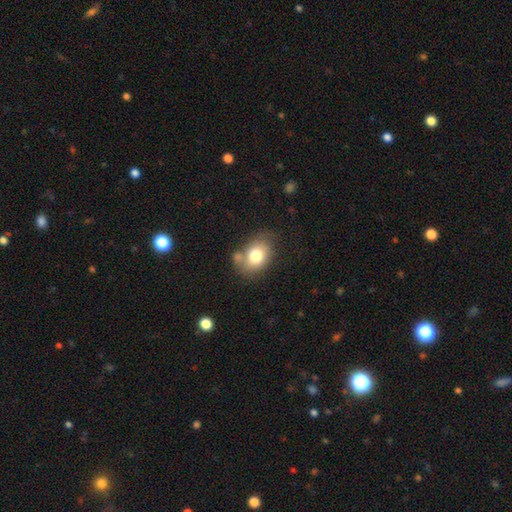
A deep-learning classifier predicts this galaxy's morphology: A smooth galaxy with no disk features (77%) that is in between round and cigar-shaped (68%). Merging: none (58%).